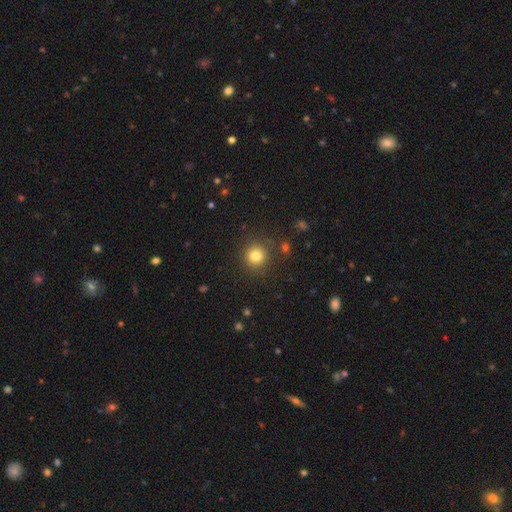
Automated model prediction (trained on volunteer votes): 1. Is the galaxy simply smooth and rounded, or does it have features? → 80% smooth, 14% star or artifact, 7% featured or disk.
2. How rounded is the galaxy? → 93% round, 6% in between, 1% cigar-shaped.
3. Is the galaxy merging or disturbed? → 87% none, 7% minor disturbance, 3% major disturbance, 2% merger.